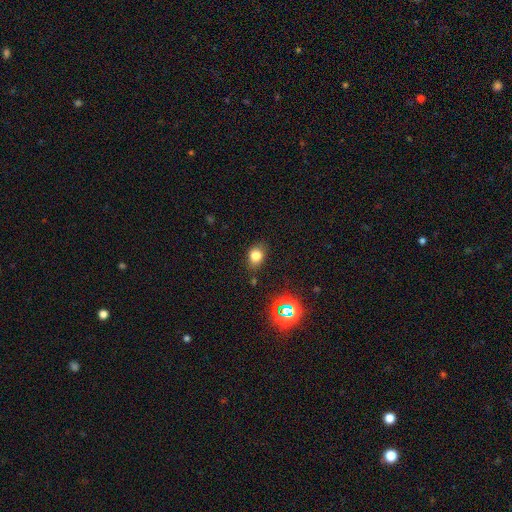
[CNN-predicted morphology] A smooth galaxy with no disk features (76%) that is in between round and cigar-shaped (61%).

Vote fractions:
- Smooth or featured? smooth: 76% / star or artifact: 16% / featured or disk: 8%
- How rounded? in between: 61% / round: 38% / cigar-shaped: 1%
- Merging? none: 78% / minor disturbance: 15% / major disturbance: 4% / merger: 2%